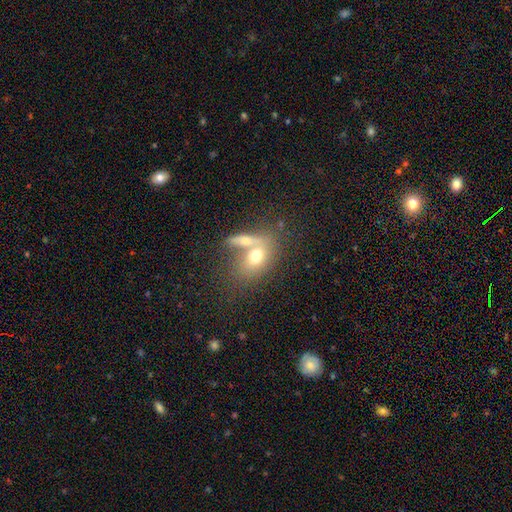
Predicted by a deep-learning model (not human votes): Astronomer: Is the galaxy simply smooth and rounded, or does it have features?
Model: smooth — 65%.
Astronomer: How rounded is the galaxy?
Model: in between — 72%.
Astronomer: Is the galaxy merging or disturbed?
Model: merger — 53% (runner-up: none, 31%).